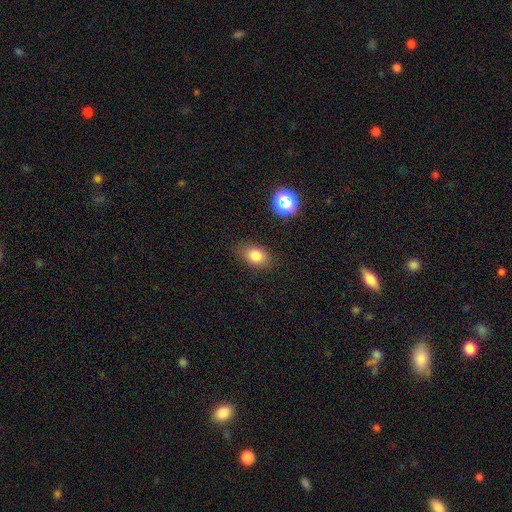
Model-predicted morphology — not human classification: smooth_or_featured: smooth (p=0.80) [alt: star or artifact p=0.11]
how_rounded: in between (p=0.80) [alt: round p=0.19]
merging: none (p=0.82) [alt: minor disturbance p=0.12]